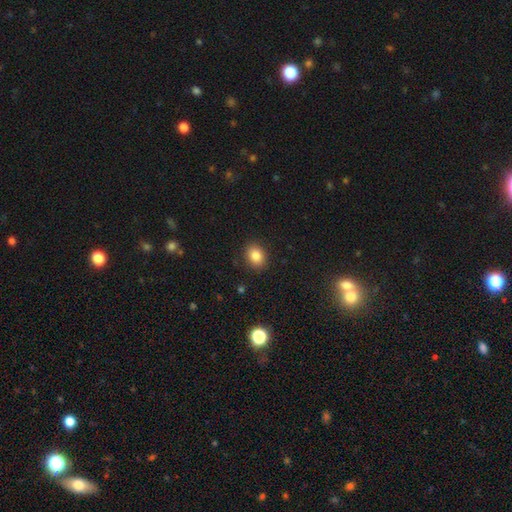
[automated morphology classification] A smooth galaxy with no disk features (85%) that is in between round and cigar-shaped (55%). Merging: none (89%).